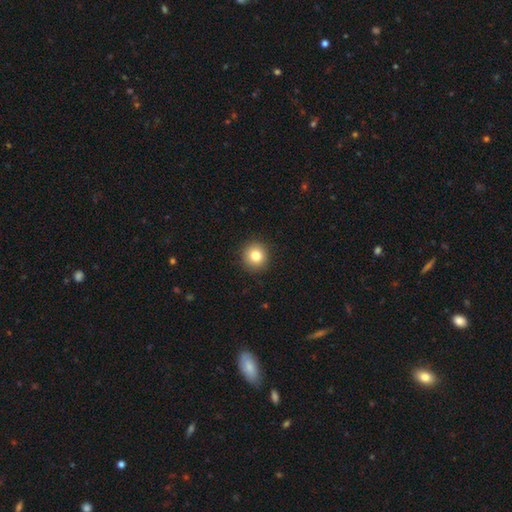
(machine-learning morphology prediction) The model was most divided on "smooth or featured": smooth: 81%, star or artifact: 10%, featured or disk: 8%. More confident: how rounded — round (92%); merging — none (92%).